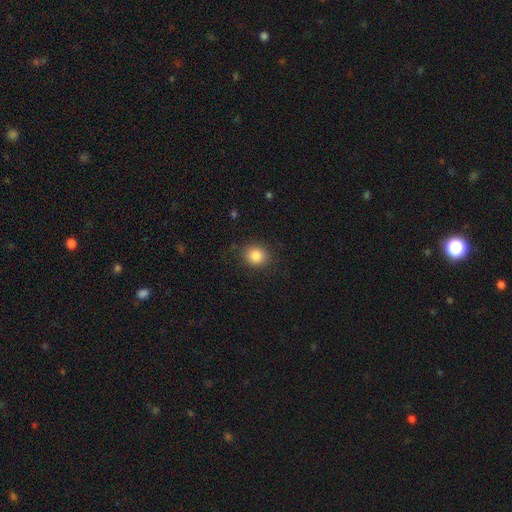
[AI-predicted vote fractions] A smooth galaxy with no disk features (85%) that is round (78%). Merging: none (85%).